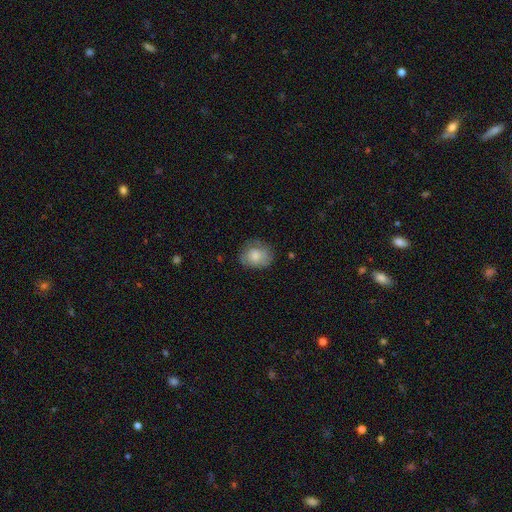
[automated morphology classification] Smooth or featured: smooth — 72% (featured or disk — 21%)
How rounded: round — 59% (in between — 40%)
Merging: none — 69% (minor disturbance — 22%)